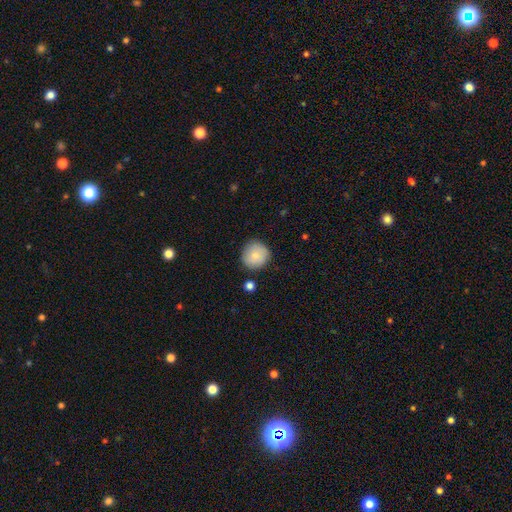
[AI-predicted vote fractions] Smooth or featured? Predicted: smooth (p=0.80). How rounded? Predicted: round (p=0.93). Merging? Predicted: none (p=0.83).